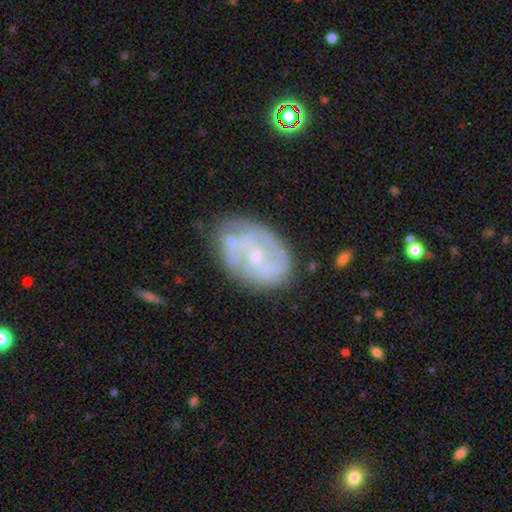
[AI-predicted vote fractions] Overall: featured or disk (75%). Edge-on disk: no (97%). Bar: no (53%; weak 39%). Spiral arms: yes (80%). Spiral arm count: 2 (53%; can't tell 29%). Spiral winding: medium (42%; tight 38%). Bulge size: small (67%). Merging: none (63%).